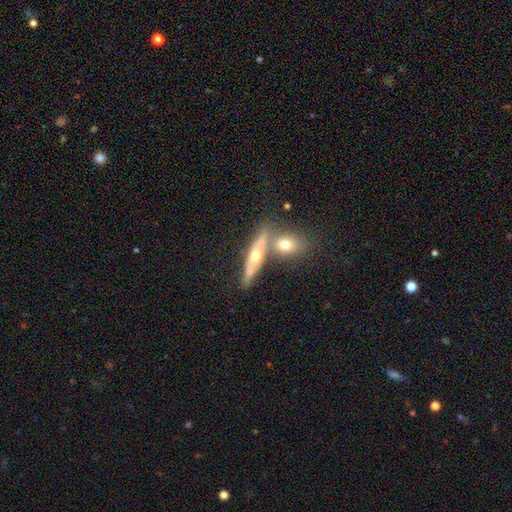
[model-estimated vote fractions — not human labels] Q: Smooth or featured?
A: featured or disk (58%); runner-up: smooth (35%)
Q: Edge-on disk?
A: yes (79%); runner-up: no (21%)
Q: Merging?
A: none (55%); runner-up: merger (30%)